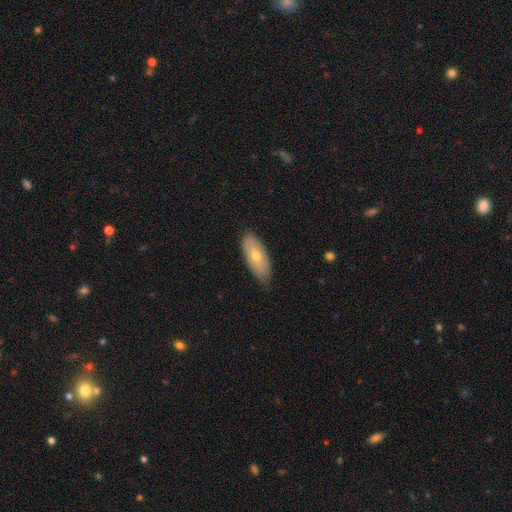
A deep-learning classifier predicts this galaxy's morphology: smooth 64%, featured or disk 30%, star or artifact 6%. Down the decision tree: how rounded — in between (82%); merging — none (73%).